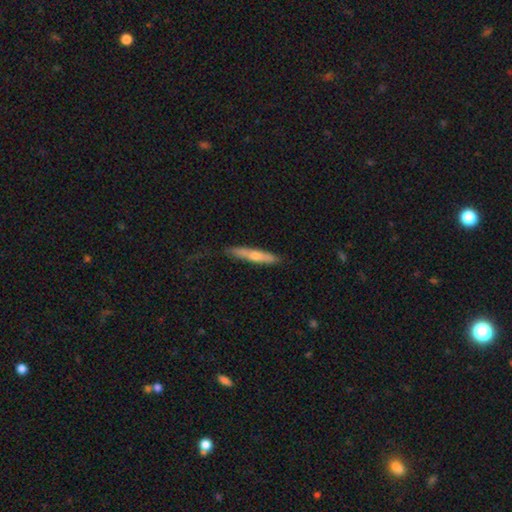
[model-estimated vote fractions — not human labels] Overall: smooth (49%; featured or disk 46%). Merging: none (81%).